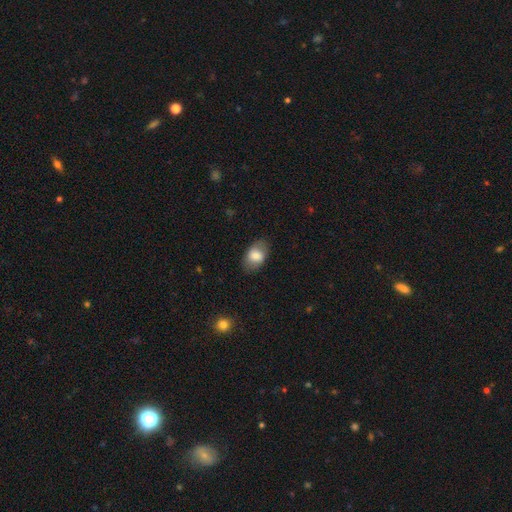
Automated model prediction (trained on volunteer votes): A smooth galaxy with no disk features (78%) that is in between round and cigar-shaped (87%).

Vote fractions:
- Smooth or featured? smooth: 78% / featured or disk: 15% / star or artifact: 7%
- How rounded? in between: 87% / round: 11% / cigar-shaped: 1%
- Merging? none: 81% / minor disturbance: 14% / major disturbance: 4% / merger: 1%